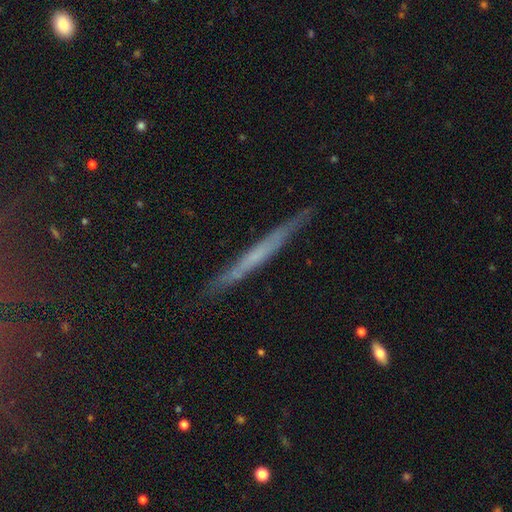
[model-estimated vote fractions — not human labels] A featured or disk galaxy (55%) viewed edge-on (95%) with no central bulge (81%). Merging: none (87%).